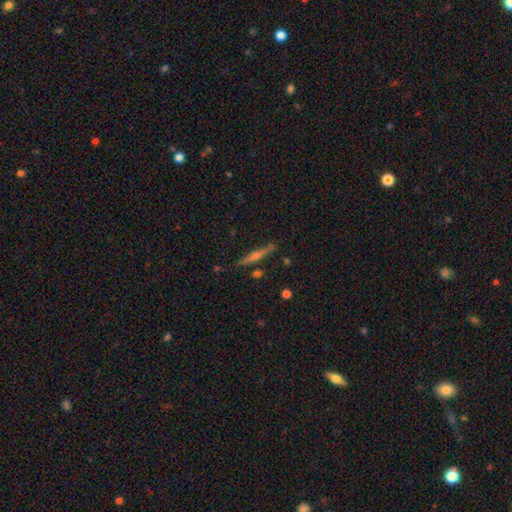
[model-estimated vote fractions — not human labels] smooth-or-featured: featured or disk: 67% | smooth: 26% | star or artifact: 7%
  disk-edge-on: yes: 97% | no: 3%
    edge-on-bulge: rounded: 74% | none: 20% | boxy: 6%
  merging: none: 87% | minor disturbance: 8% | merger: 2% | major disturbance: 2%